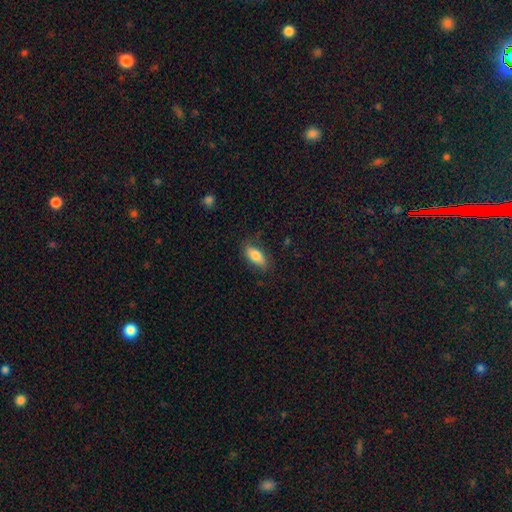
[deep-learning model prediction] smooth-or-featured: smooth: 77% | featured or disk: 16% | star or artifact: 7%
  how-rounded: in between: 81% | cigar-shaped: 16% | round: 3%
  merging: none: 80% | minor disturbance: 15% | major disturbance: 3% | merger: 1%